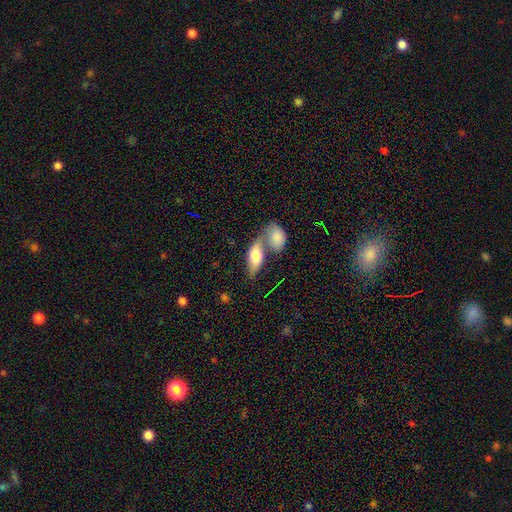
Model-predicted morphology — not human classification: Smooth or featured: smooth — 68% (featured or disk — 26%)
How rounded: in between — 81% (cigar-shaped — 13%)
Merging: merger — 53% (none — 31%)